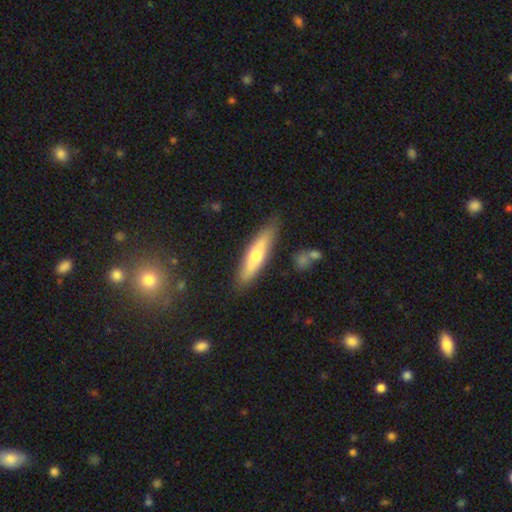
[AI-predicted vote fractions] smooth 50%, featured or disk 44%, star or artifact 6%. Down the decision tree: merging — none (84%).